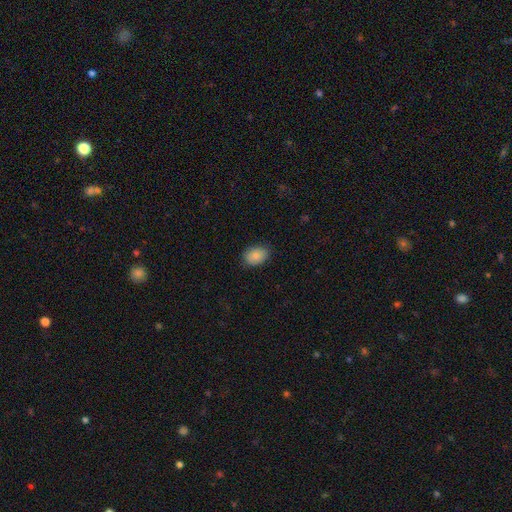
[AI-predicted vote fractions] Overall: smooth (86%). How rounded: in between (77%). Merging: none (85%).